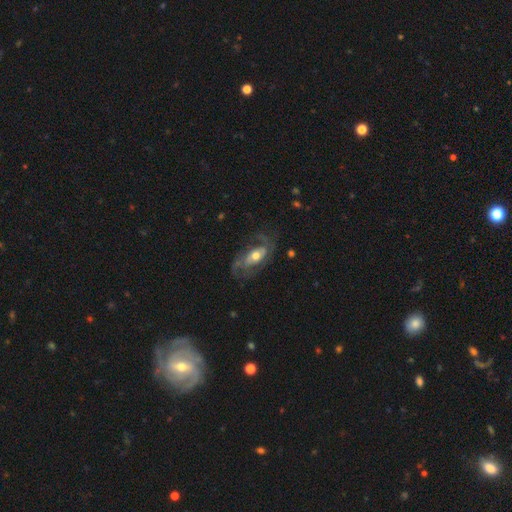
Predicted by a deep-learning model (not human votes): Smooth or featured?
  - featured or disk: 75% *
  - smooth: 19%
  - star or artifact: 6%
Edge-on disk?
  - no: 92% *
  - yes: 8%
Bar?
  - no: 63% *
  - weak: 27%
  - strong: 11%
Spiral arms?
  - yes: 83% *
  - no: 17%
Spiral winding?
  - medium: 44% *
  - loose: 32%
  - tight: 24%
Spiral arm count?
  - 2: 62% *
  - can't tell: 18%
  - 3: 9%
  - 1: 6%
  - 4: 3%
  - more than 4: 2%
Bulge size?
  - moderate: 69% *
  - large: 16%
  - small: 12%
  - dominant: 1%
  - none: 1%
Merging?
  - none: 57% *
  - major disturbance: 21%
  - minor disturbance: 20%
  - merger: 2%